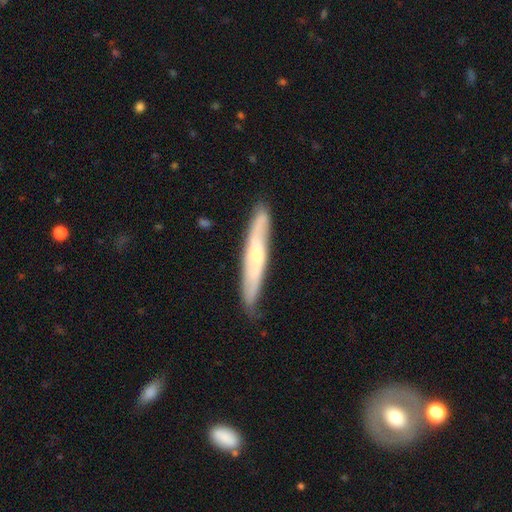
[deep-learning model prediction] A featured or disk galaxy (55%) viewed edge-on (70%). Merging: none (82%).